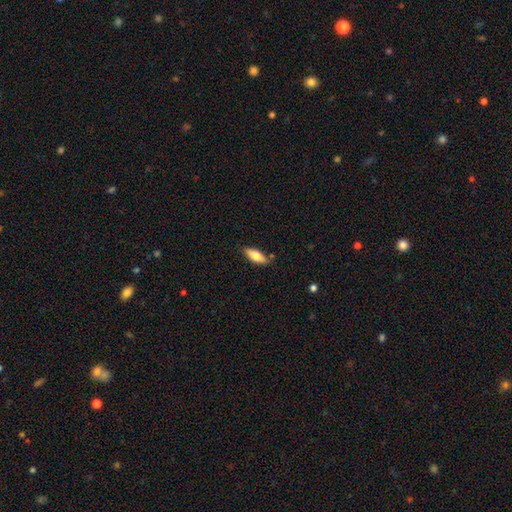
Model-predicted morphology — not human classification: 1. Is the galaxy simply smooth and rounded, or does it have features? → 75% smooth, 19% featured or disk, 6% star or artifact.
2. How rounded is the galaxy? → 71% in between, 27% cigar-shaped, 2% round.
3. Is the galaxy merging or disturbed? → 79% none, 15% minor disturbance, 3% merger, 3% major disturbance.